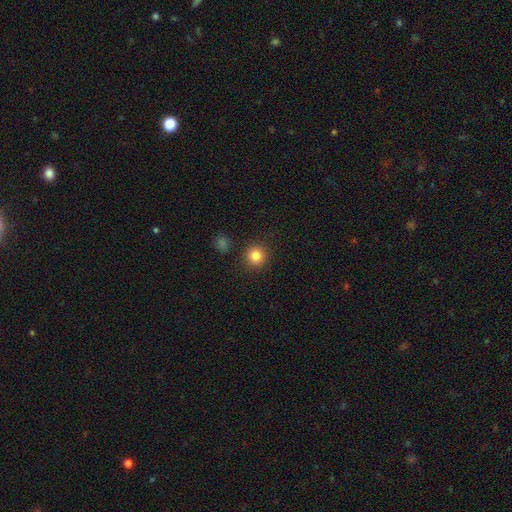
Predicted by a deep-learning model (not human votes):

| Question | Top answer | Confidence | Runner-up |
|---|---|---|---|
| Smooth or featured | smooth | 84% | star or artifact (11%) |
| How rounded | round | 93% | in between (6%) |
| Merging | none | 89% | minor disturbance (6%) |